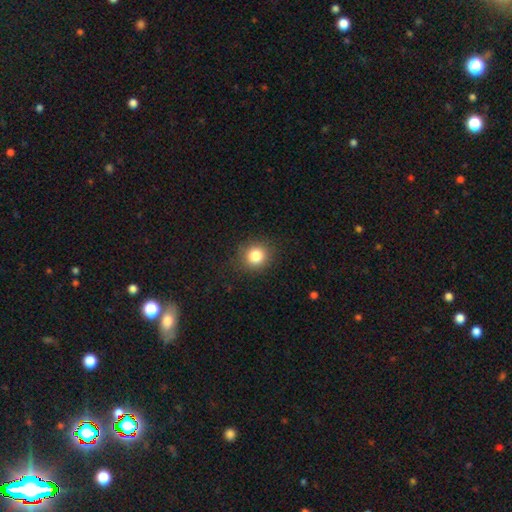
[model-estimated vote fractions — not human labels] Q: Smooth or featured?
A: smooth (83%); runner-up: star or artifact (11%)
Q: How rounded?
A: round (85%); runner-up: in between (14%)
Q: Merging?
A: none (86%); runner-up: minor disturbance (10%)